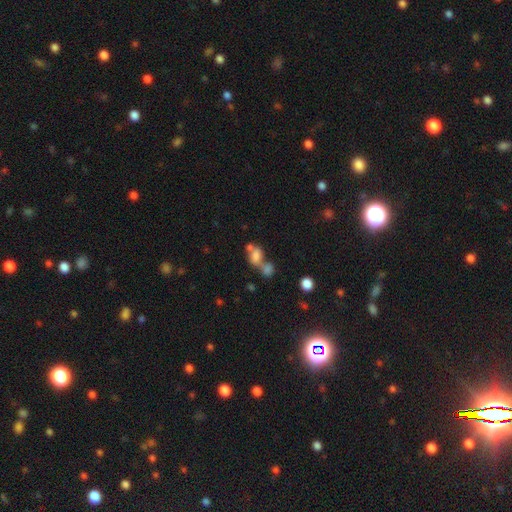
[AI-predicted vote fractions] Q: Smooth or featured?
A: smooth (68%); runner-up: featured or disk (19%)
Q: How rounded?
A: in between (74%); runner-up: round (23%)
Q: Merging?
A: merger (57%); runner-up: none (25%)